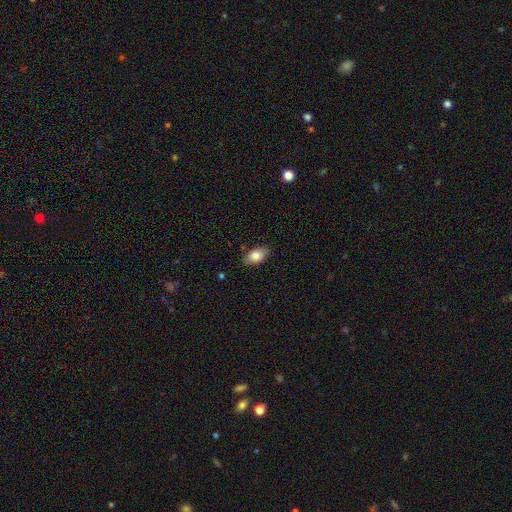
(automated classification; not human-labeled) A smooth galaxy with no disk features (83%) that is in between round and cigar-shaped (91%). Merging: none (85%).